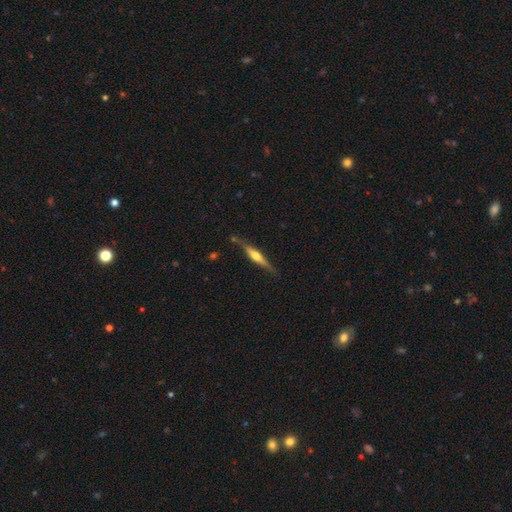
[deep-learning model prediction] This is likely a featured or disk galaxy (66%). It is clearly viewed edge-on (97%). Edge-on bulge: clearly rounded (84%). Merging: clearly none (82%).